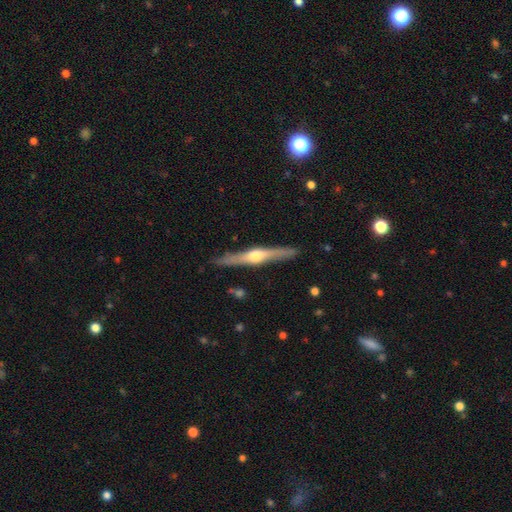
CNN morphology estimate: smooth_or_featured: featured or disk (p=0.73) [alt: smooth p=0.22]
disk_edge_on: yes (p=0.97) [alt: no p=0.03]
edge_on_bulge: rounded (p=0.93) [alt: boxy p=0.04]
merging: none (p=0.88) [alt: minor disturbance p=0.09]